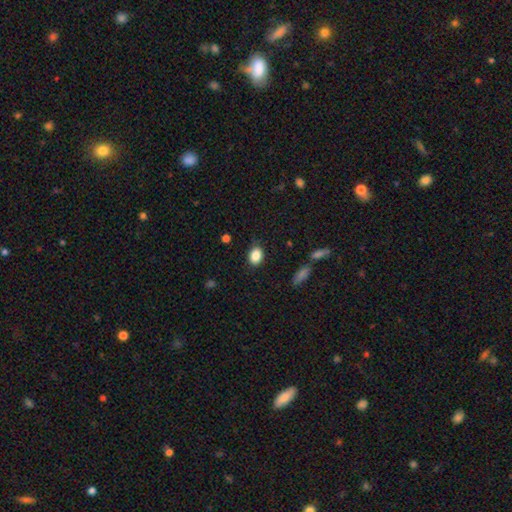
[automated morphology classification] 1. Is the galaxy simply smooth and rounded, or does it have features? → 86% smooth, 9% star or artifact, 5% featured or disk.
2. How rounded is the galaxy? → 71% in between, 28% round, 1% cigar-shaped.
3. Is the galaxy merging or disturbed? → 82% none, 14% minor disturbance, 3% major disturbance, 1% merger.